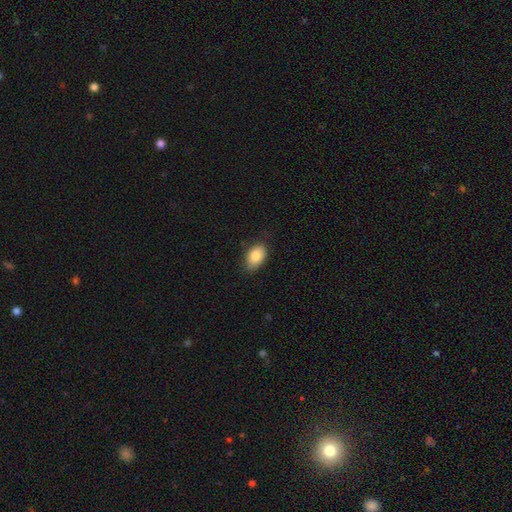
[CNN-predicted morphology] Smooth or featured? smooth (85%)
How rounded? in between (89%)
Merging? none (76%)